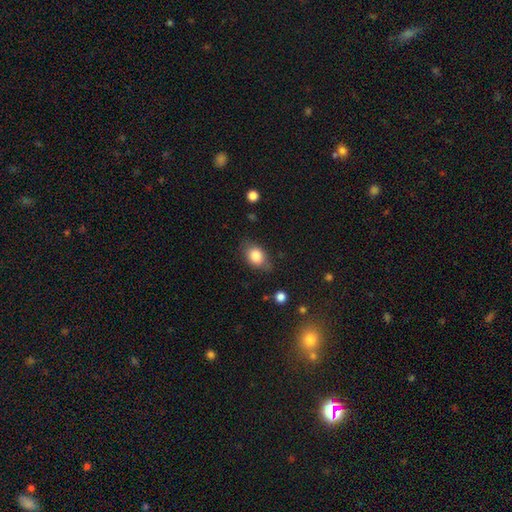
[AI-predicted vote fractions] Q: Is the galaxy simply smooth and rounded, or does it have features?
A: smooth — 81%.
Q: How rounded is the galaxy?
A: in between — 75%.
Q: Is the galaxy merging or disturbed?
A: none — 71%.